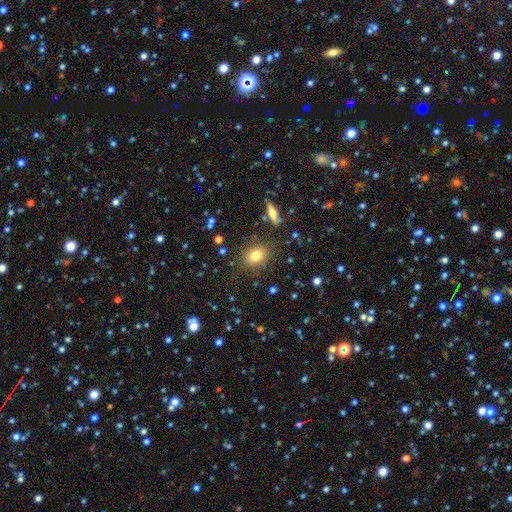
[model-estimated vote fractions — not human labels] A smooth galaxy with no disk features (78%) that is in between round and cigar-shaped (53%).

Vote fractions:
- Smooth or featured? smooth: 78% / star or artifact: 13% / featured or disk: 10%
- How rounded? in between: 53% / round: 45% / cigar-shaped: 2%
- Merging? none: 82% / minor disturbance: 11% / major disturbance: 4% / merger: 3%